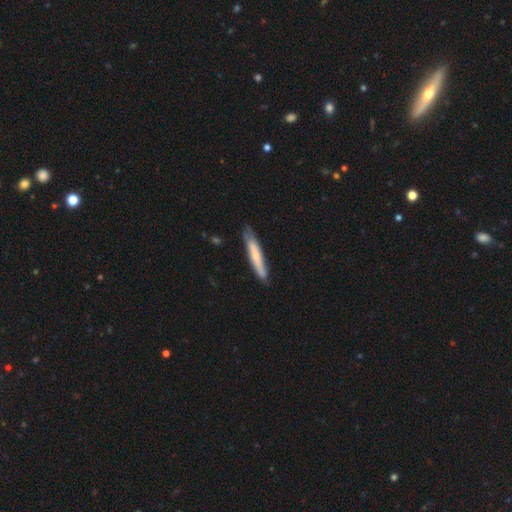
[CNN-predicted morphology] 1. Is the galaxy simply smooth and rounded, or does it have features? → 57% smooth, 37% featured or disk, 5% star or artifact.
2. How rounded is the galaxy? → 93% cigar-shaped, 6% in between, 1% round.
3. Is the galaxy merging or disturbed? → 76% none, 19% minor disturbance, 3% major disturbance, 2% merger.